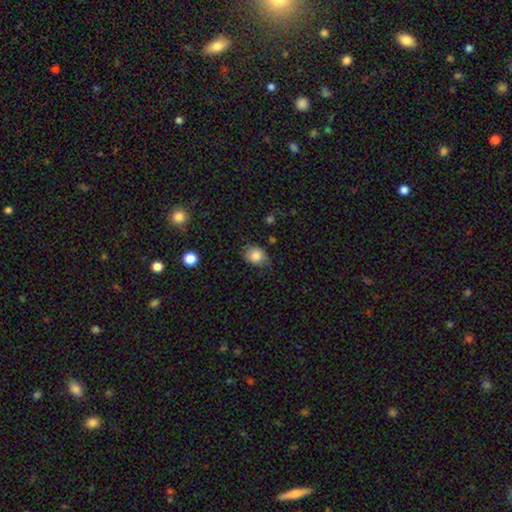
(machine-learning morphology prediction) smooth-or-featured: smooth: 83% | star or artifact: 9% | featured or disk: 8%
  how-rounded: round: 59% | in between: 40% | cigar-shaped: 1%
  merging: none: 67% | minor disturbance: 26% | major disturbance: 5% | merger: 2%